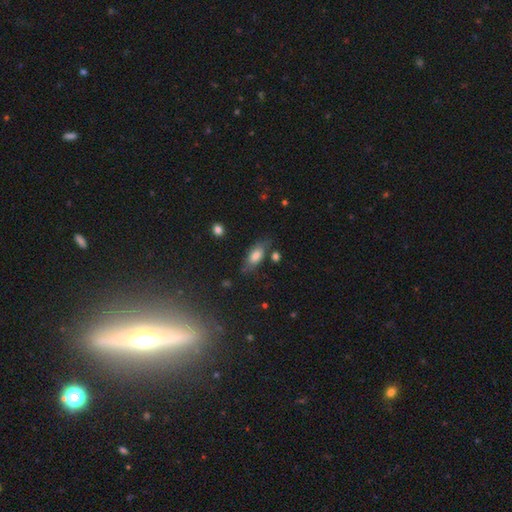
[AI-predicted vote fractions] A smooth galaxy with no disk features (72%) that is in between round and cigar-shaped (82%). Merging: none (66%).